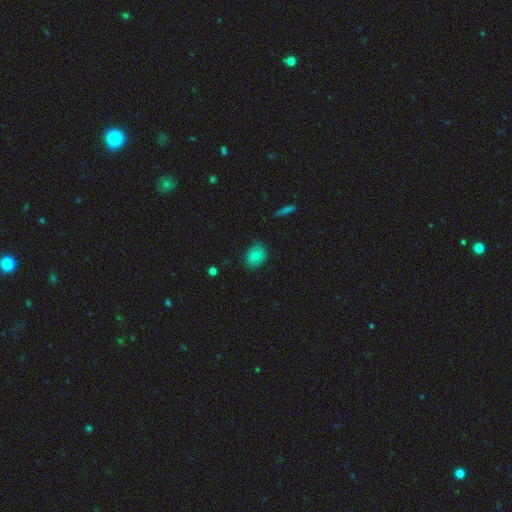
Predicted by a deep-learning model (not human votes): smooth_or_featured: smooth (p=0.72) [alt: featured or disk p=0.18]
how_rounded: round (p=0.51) [alt: in between p=0.48]
merging: none (p=0.79) [alt: minor disturbance p=0.17]